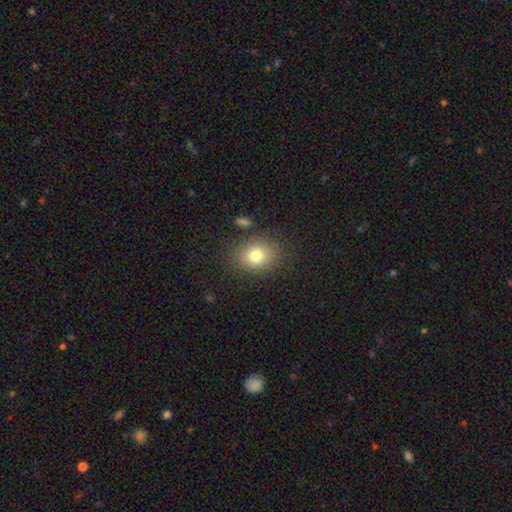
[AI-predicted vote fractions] smooth 77%, star or artifact 12%, featured or disk 11%. Down the decision tree: how rounded — in between (52%); merging — none (82%).